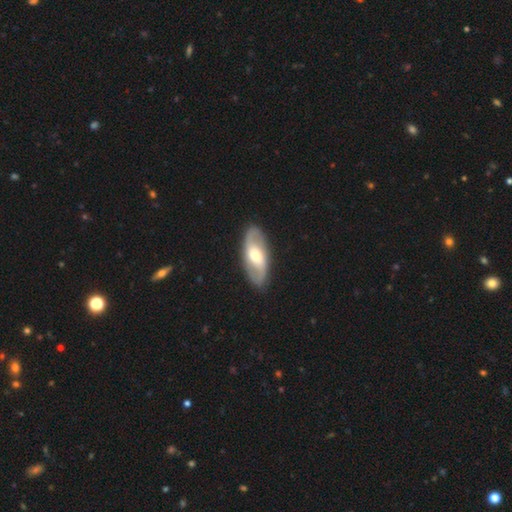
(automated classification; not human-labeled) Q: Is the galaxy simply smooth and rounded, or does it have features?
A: featured or disk — 70%.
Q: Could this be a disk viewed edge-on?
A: no — 90%.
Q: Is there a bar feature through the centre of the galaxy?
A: weak — 42%.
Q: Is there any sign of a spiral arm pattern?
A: yes — 81%.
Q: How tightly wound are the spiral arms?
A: loose — 42%.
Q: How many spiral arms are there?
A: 2 — 90%.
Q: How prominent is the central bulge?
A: moderate — 65%.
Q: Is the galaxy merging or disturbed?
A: none — 88%.